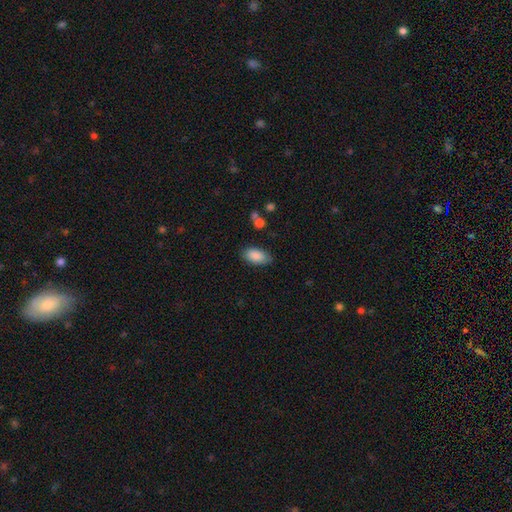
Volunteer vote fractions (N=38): Smooth or featured? smooth (84%)
How rounded? in between (88%)
Merging? none (86%)